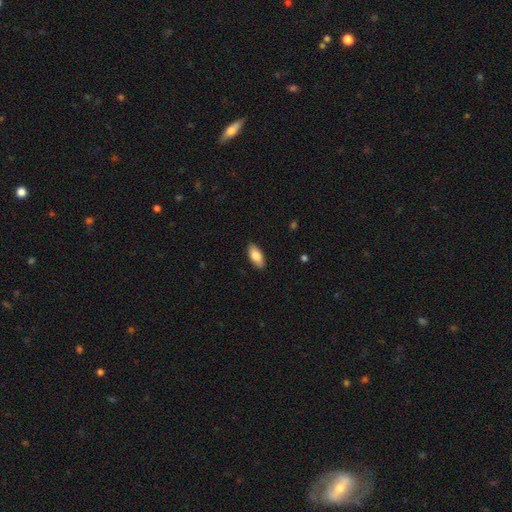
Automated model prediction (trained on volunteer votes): Smooth or featured: smooth — 83% (featured or disk — 11%)
How rounded: in between — 88% (cigar-shaped — 10%)
Merging: none — 89% (minor disturbance — 8%)